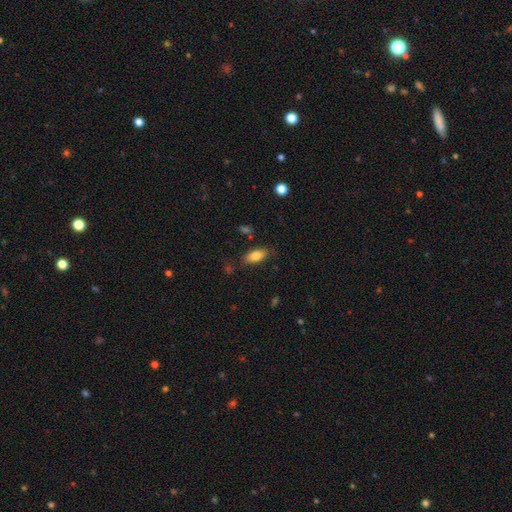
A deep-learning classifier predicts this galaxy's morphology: Overall: smooth (81%). How rounded: in between (86%). Merging: none (78%).